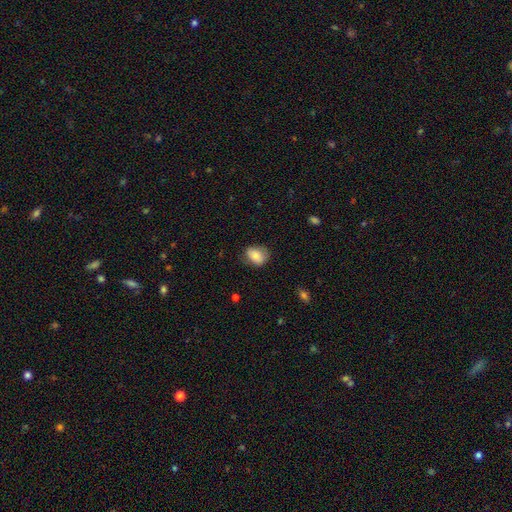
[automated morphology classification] Smooth or featured: smooth — 81% (featured or disk — 12%)
How rounded: in between — 68% (round — 30%)
Merging: none — 68% (minor disturbance — 24%)